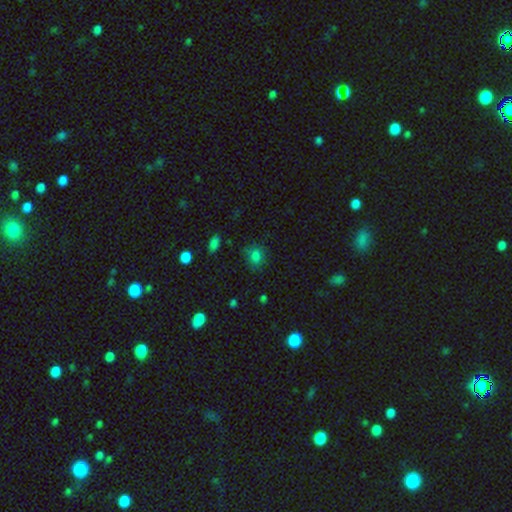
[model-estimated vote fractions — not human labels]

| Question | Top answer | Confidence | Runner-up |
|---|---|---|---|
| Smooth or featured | smooth | 78% | star or artifact (15%) |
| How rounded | round | 61% | in between (38%) |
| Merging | none | 72% | minor disturbance (19%) |